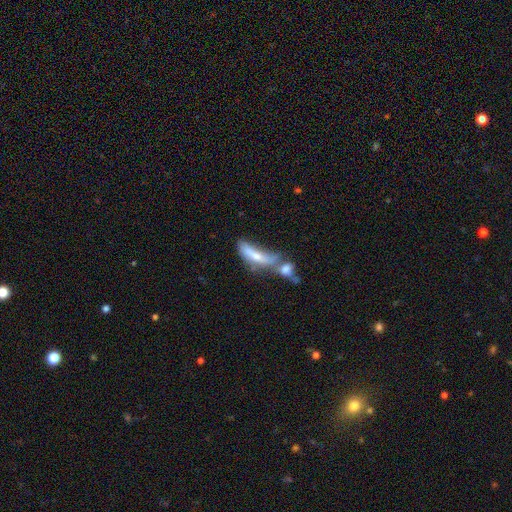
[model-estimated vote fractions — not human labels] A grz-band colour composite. It shows a smooth galaxy with no disk features (50%) that is cigar-shaped (57%). Merging: merger (58%).